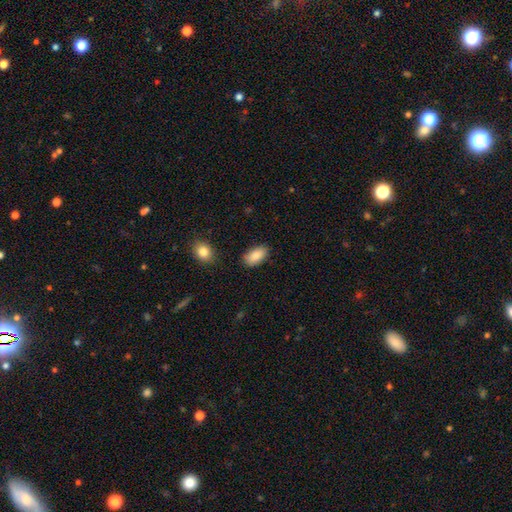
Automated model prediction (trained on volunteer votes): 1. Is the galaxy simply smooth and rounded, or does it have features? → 88% smooth, 7% star or artifact, 6% featured or disk.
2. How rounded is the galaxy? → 93% in between, 4% cigar-shaped, 3% round.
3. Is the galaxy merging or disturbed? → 85% none, 10% minor disturbance, 2% major disturbance, 2% merger.